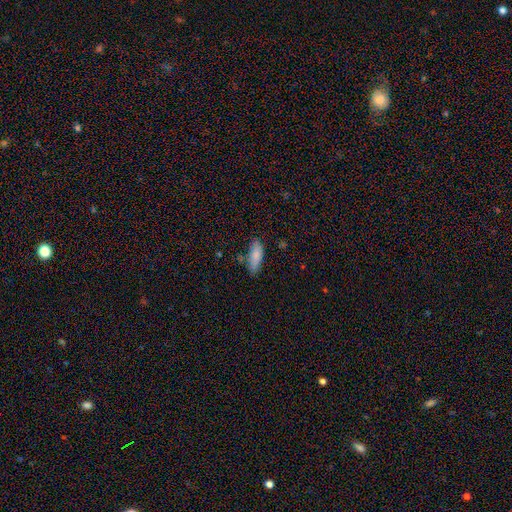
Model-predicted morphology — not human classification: type=smooth (82%); roundness=in between (72%); merging=none (71%).